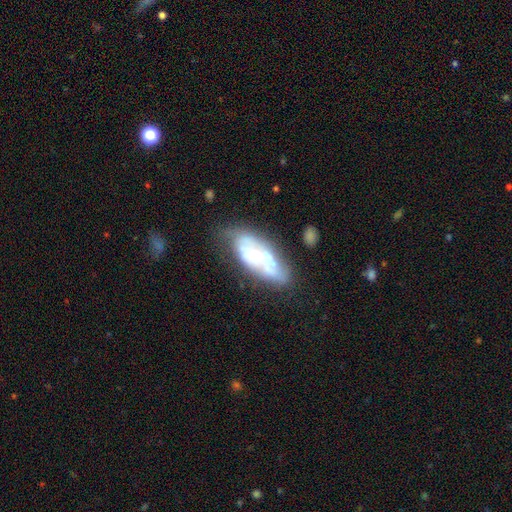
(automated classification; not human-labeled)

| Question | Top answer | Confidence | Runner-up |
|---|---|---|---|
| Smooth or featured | featured or disk | 64% | smooth (29%) |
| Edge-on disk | no | 88% | yes (12%) |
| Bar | no | 75% | weak (19%) |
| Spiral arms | no | 51% | yes (49%) |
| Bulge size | moderate | 56% | small (34%) |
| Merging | none | 48% | minor disturbance (27%) |